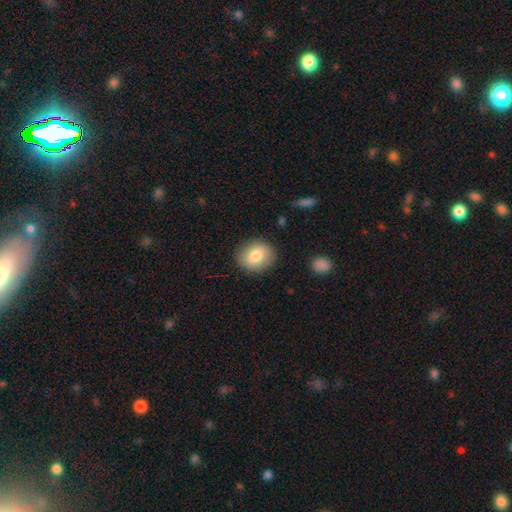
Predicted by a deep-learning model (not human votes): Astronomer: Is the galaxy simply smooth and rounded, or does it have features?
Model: smooth — 79%.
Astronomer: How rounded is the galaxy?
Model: round — 62%.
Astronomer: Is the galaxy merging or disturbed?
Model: none — 86%.